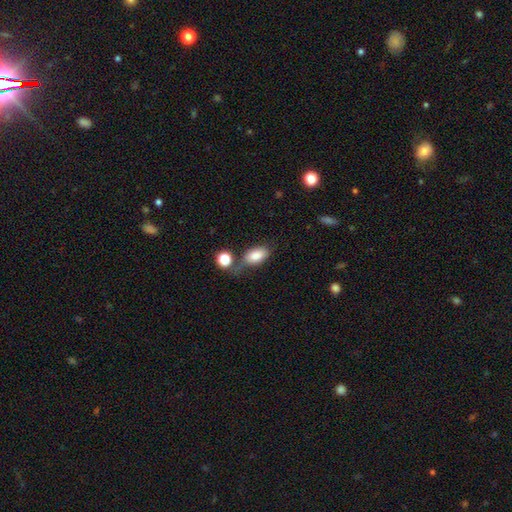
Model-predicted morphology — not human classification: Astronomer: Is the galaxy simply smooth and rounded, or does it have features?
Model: smooth — 84%.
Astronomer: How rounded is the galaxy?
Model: in between — 90%.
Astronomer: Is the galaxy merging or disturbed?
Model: none — 50%.